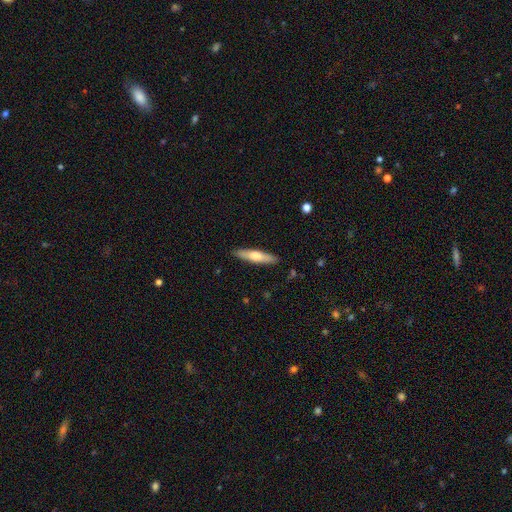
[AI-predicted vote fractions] Smooth or featured? smooth (58%)
How rounded? cigar-shaped (80%)
Merging? none (89%)